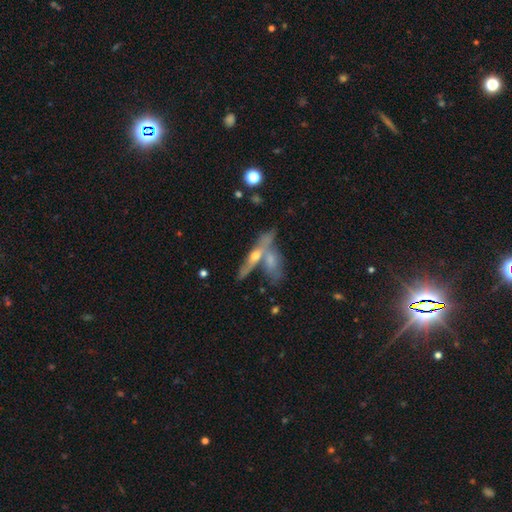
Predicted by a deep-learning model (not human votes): Smooth or featured?
  - featured or disk: 64% *
  - smooth: 25%
  - star or artifact: 11%
Edge-on disk?
  - yes: 80% *
  - no: 20%
Edge-on bulge?
  - rounded: 87% *
  - none: 8%
  - boxy: 5%
Merging?
  - none: 44% *
  - merger: 40%
  - minor disturbance: 11%
  - major disturbance: 6%